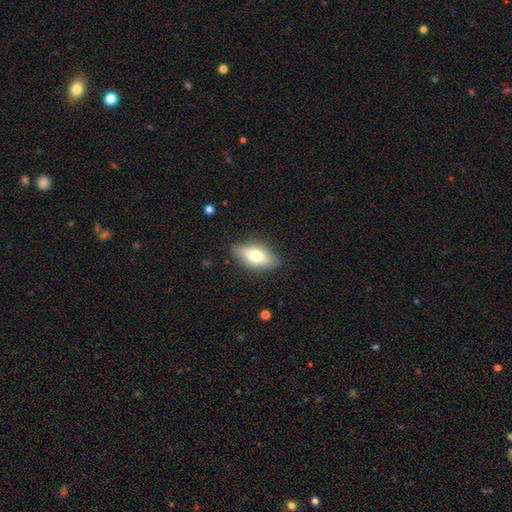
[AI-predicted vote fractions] The model was most divided on "smooth or featured": smooth: 64%, featured or disk: 29%, star or artifact: 7%. More confident: merging — none (84%); how rounded — in between (81%).